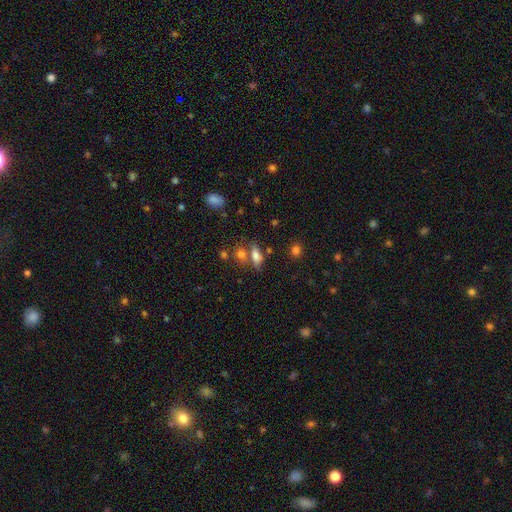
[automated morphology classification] type=smooth (73%); roundness=in between (72%); merging=none (51%).